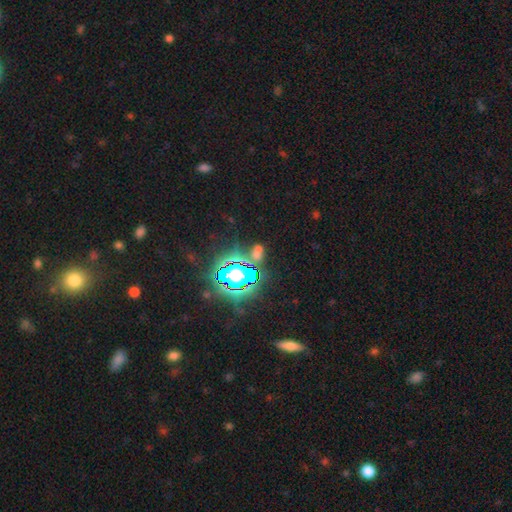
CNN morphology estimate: Q: Smooth or featured?
A: star or artifact (59%); runner-up: smooth (29%)